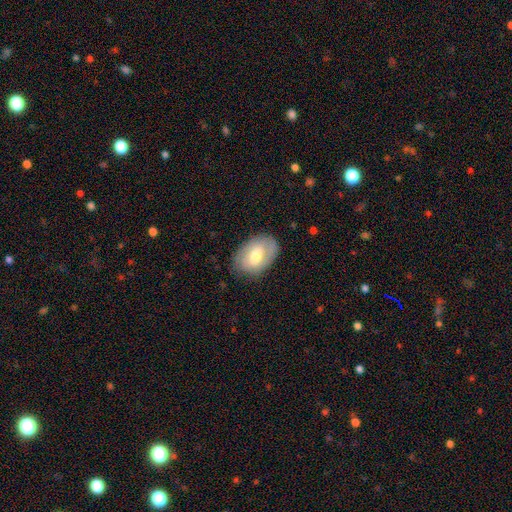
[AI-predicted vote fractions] smooth_or_featured: smooth (p=0.56) [alt: featured or disk p=0.37]
how_rounded: in between (p=0.86) [alt: round p=0.13]
merging: none (p=0.78) [alt: minor disturbance p=0.17]